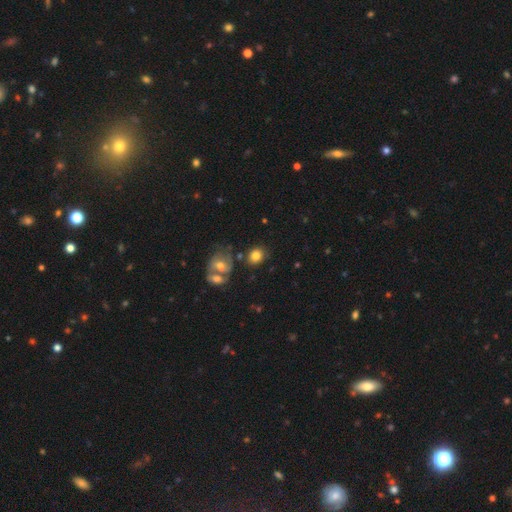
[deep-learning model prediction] Q: Smooth or featured?
A: smooth (79%); runner-up: featured or disk (12%)
Q: How rounded?
A: round (65%); runner-up: in between (34%)
Q: Merging?
A: none (69%); runner-up: merger (15%)